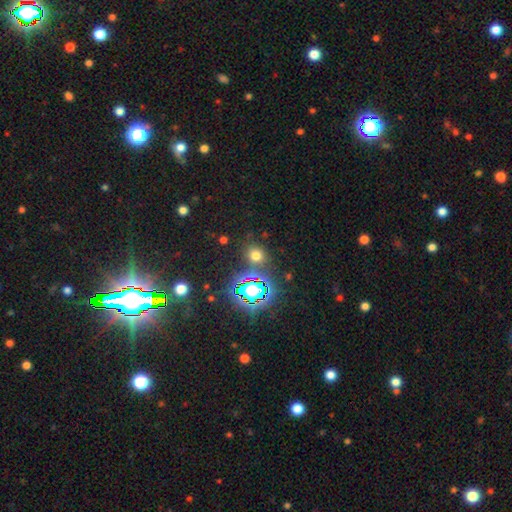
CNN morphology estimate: This appears to be a star or artifact, not a galaxy (83%).